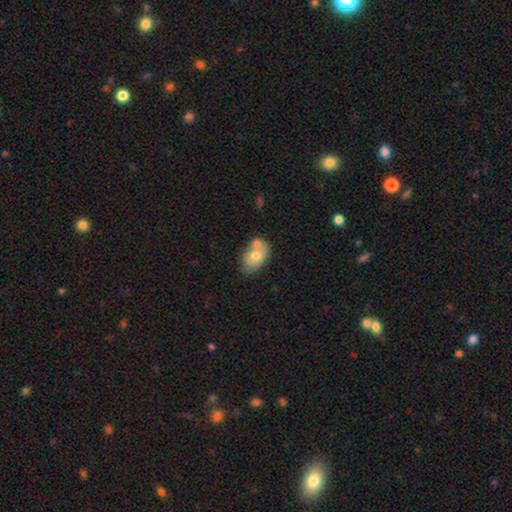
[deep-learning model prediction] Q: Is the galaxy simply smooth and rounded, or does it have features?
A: smooth — 70%.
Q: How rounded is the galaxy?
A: in between — 88%.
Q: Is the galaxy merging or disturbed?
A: none — 38%.